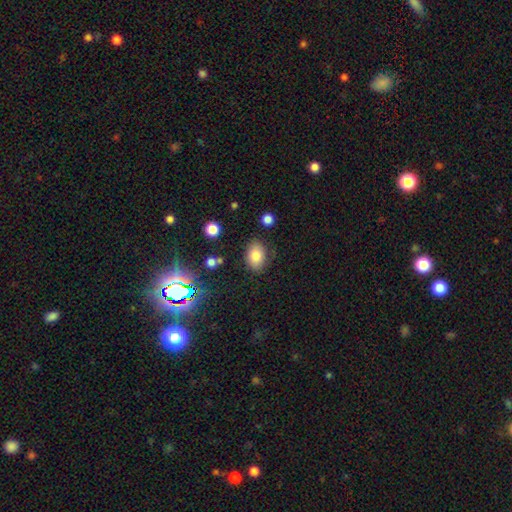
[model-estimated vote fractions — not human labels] smooth_or_featured: smooth (p=0.80) [alt: star or artifact p=0.11]
how_rounded: in between (p=0.80) [alt: round p=0.18]
merging: none (p=0.79) [alt: minor disturbance p=0.14]